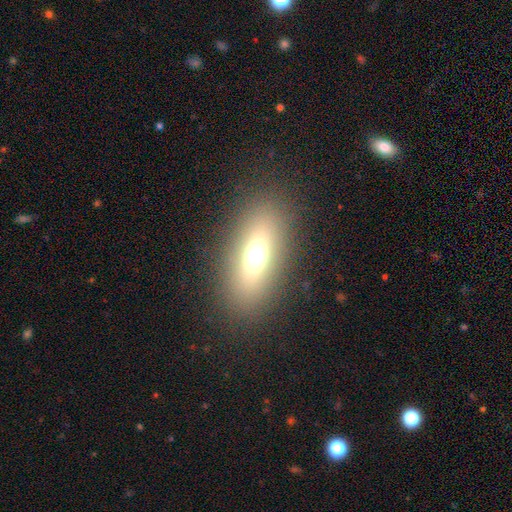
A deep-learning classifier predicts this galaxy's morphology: A smooth galaxy with no disk features (60%) that is in between round and cigar-shaped (78%).

Vote fractions:
- Smooth or featured? smooth: 60% / featured or disk: 22% / star or artifact: 17%
- How rounded? in between: 78% / cigar-shaped: 11% / round: 11%
- Merging? none: 85% / minor disturbance: 8% / major disturbance: 5% / merger: 1%